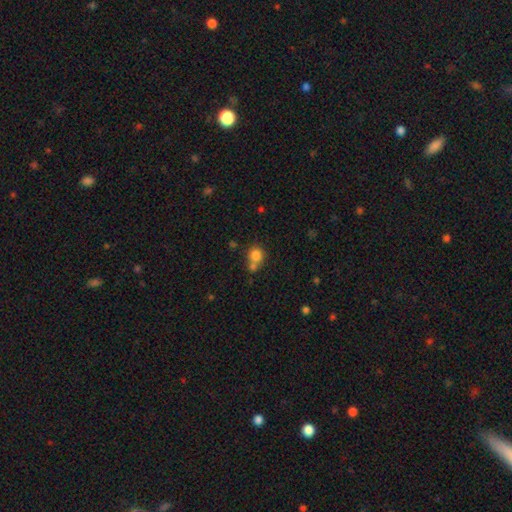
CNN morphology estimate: A smooth galaxy with no disk features (80%) that is round (83%).

Vote fractions:
- Smooth or featured? smooth: 80% / star or artifact: 11% / featured or disk: 9%
- How rounded? round: 83% / in between: 16% / cigar-shaped: 1%
- Merging? none: 46% / merger: 41% / minor disturbance: 9% / major disturbance: 4%